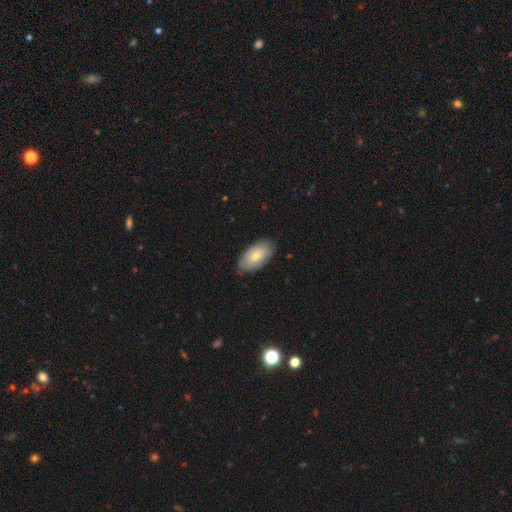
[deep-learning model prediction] A smooth galaxy with no disk features (68%) that is in between round and cigar-shaped (94%).

Vote fractions:
- Smooth or featured? smooth: 68% / featured or disk: 26% / star or artifact: 6%
- How rounded? in between: 94% / round: 3% / cigar-shaped: 3%
- Merging? none: 81% / minor disturbance: 15% / major disturbance: 3% / merger: 1%